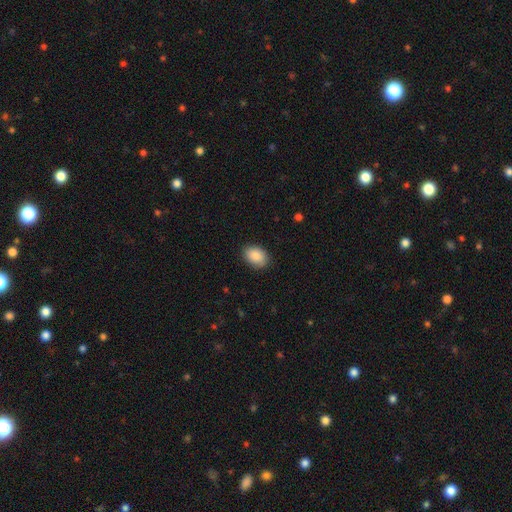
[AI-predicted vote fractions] The model was most divided on "how rounded": in between: 81%, round: 18%, cigar-shaped: 1%. More confident: smooth or featured — smooth (89%); merging — none (86%).